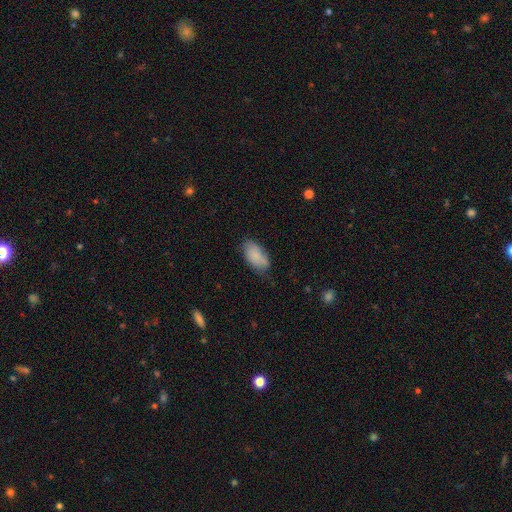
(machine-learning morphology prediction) Smooth or featured?
  - smooth: 85% *
  - featured or disk: 8%
  - star or artifact: 7%
How rounded?
  - in between: 94% *
  - round: 3%
  - cigar-shaped: 3%
Merging?
  - none: 67% *
  - minor disturbance: 26%
  - major disturbance: 5%
  - merger: 2%